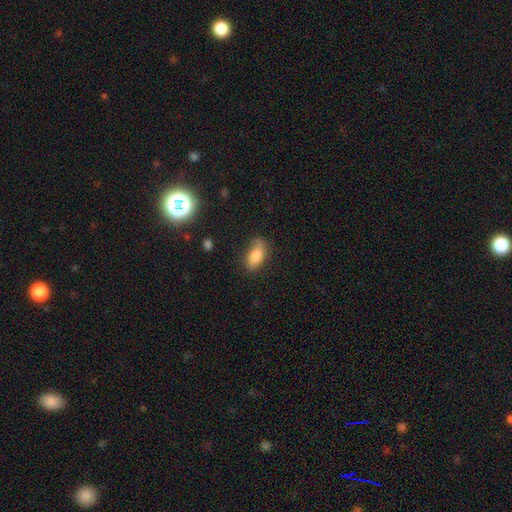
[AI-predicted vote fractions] The model was most divided on "merging": none: 62%, minor disturbance: 27%, major disturbance: 9%, merger: 3%. More confident: how rounded — in between (90%); smooth or featured — smooth (81%).